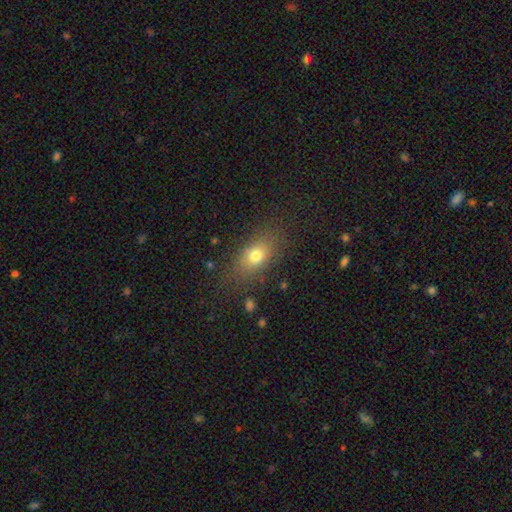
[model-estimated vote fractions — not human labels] A smooth galaxy with no disk features (72%) that is in between round and cigar-shaped (72%). Merging: none (78%).